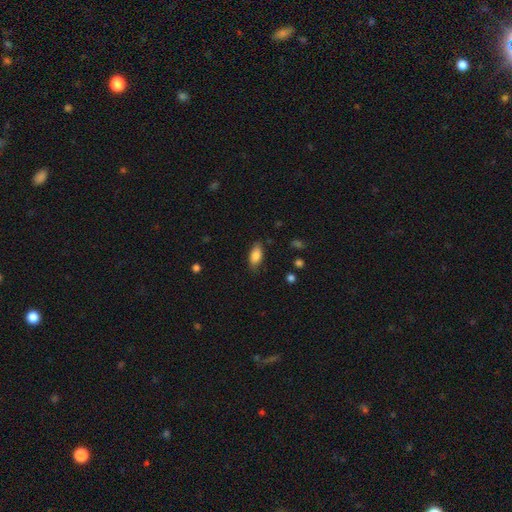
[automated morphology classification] The model was most divided on "merging": none: 82%, minor disturbance: 14%, major disturbance: 3%, merger: 1%. More confident: how rounded — in between (88%); smooth or featured — smooth (84%).